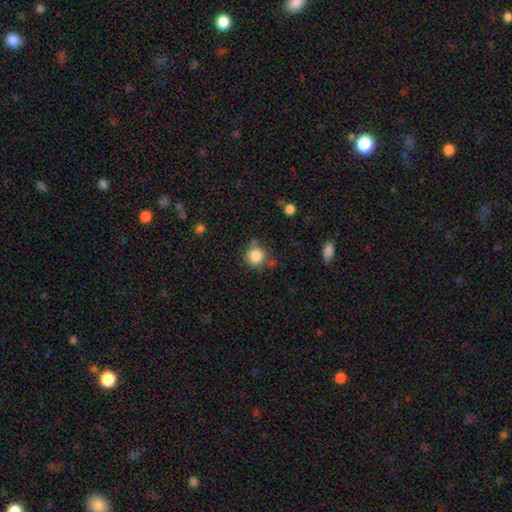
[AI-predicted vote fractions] Smooth or featured? Predicted: smooth (p=0.85). How rounded? Predicted: round (p=0.92). Merging? Predicted: none (p=0.68).